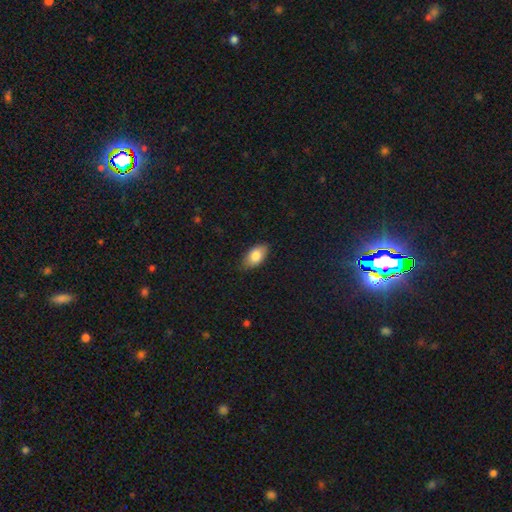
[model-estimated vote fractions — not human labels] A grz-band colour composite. It shows a smooth galaxy with no disk features (81%) that is in between round and cigar-shaped (92%). Merging: none (82%).